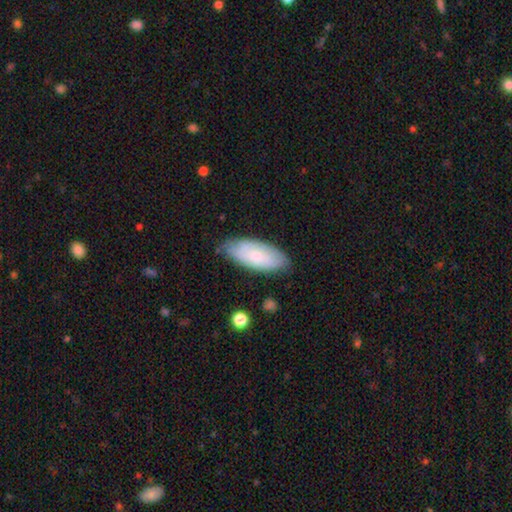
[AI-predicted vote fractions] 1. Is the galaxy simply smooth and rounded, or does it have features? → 62% smooth, 32% featured or disk, 6% star or artifact.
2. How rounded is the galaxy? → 85% in between, 13% cigar-shaped, 2% round.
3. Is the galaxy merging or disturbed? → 74% none, 21% minor disturbance, 4% major disturbance, 1% merger.